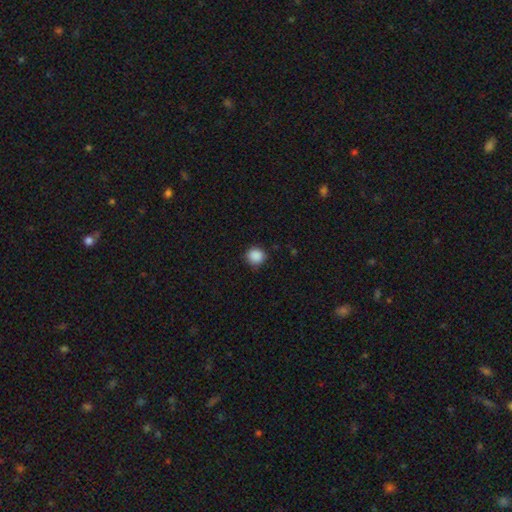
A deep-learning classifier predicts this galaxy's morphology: Smooth or featured: smooth — 88% (star or artifact — 9%)
How rounded: round — 90% (in between — 9%)
Merging: none — 85% (minor disturbance — 12%)